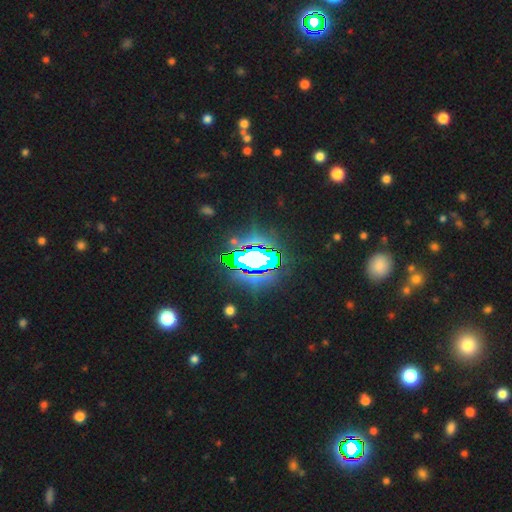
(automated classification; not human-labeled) This is likely a star or artifact rather than a galaxy (69%).